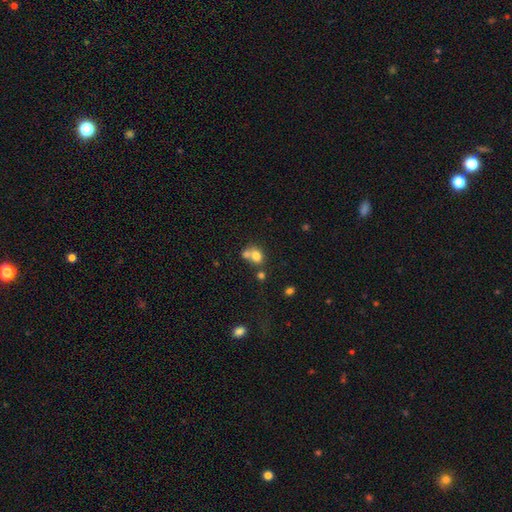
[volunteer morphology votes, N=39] Smooth or featured?
  - smooth: 79% *
  - featured or disk: 10%
  - star or artifact: 10%
How rounded?
  - round: 61% *
  - in between: 35%
  - cigar-shaped: 3%
Merging?
  - merger: 51% *
  - none: 34%
  - minor disturbance: 9%
  - major disturbance: 6%